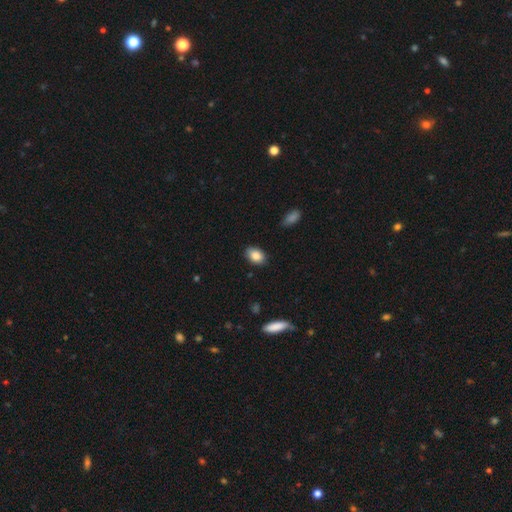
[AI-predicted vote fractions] A smooth galaxy with no disk features (86%) that is in between round and cigar-shaped (84%). Merging: none (86%).